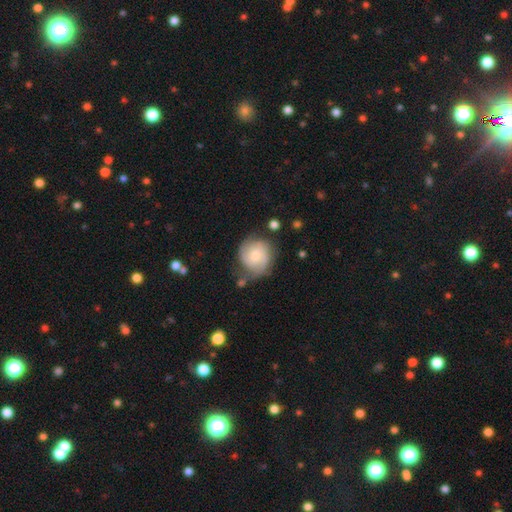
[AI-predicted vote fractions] Smooth or featured? featured or disk (57%)
Edge-on disk? no (98%)
Bar? no (69%)
Spiral arms? yes (89%)
Spiral winding? tight (49%)
Spiral arm count? 2 (51%)
Bulge size? small (51%)
Merging? none (61%)